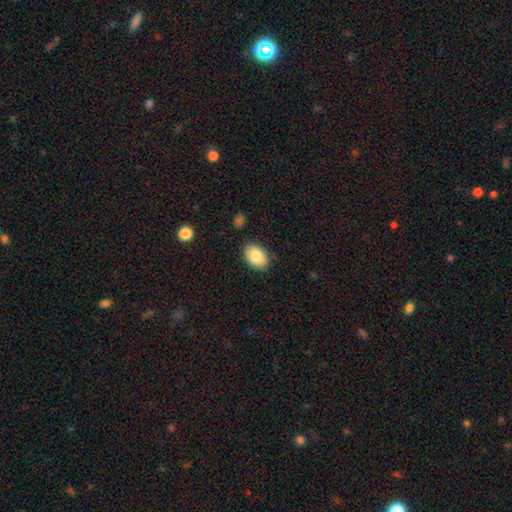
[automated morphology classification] A smooth galaxy with no disk features (83%) that is in between round and cigar-shaped (85%). Merging: none (84%).